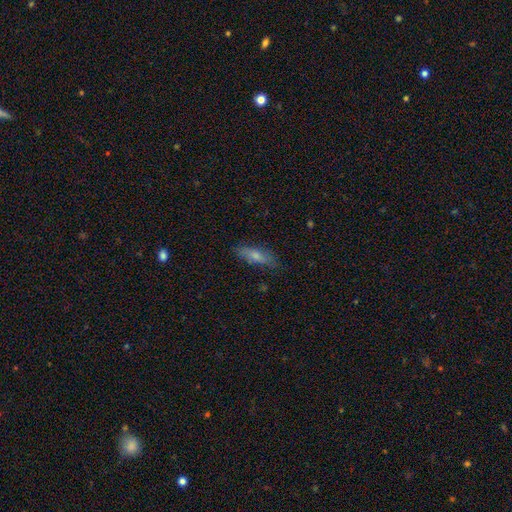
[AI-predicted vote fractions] Smooth or featured? Predicted: smooth (p=0.71). How rounded? Predicted: in between (p=0.51). Merging? Predicted: none (p=0.78).